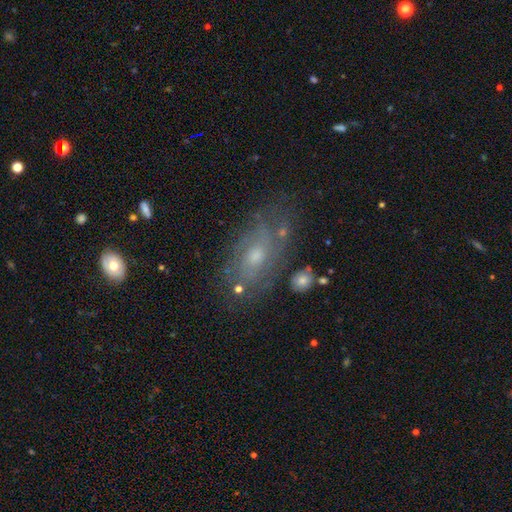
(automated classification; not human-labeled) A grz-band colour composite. It shows a featured or disk galaxy (56%). Merging: none (71%).